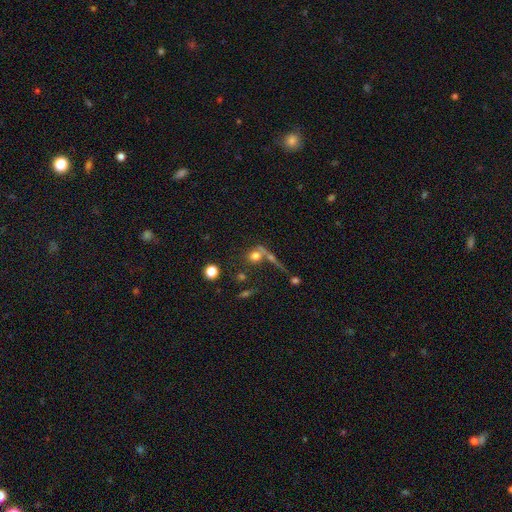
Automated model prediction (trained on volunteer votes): This appears to be a smooth galaxy with no disk features (68%) that is round (74%). Merging: none (49%).